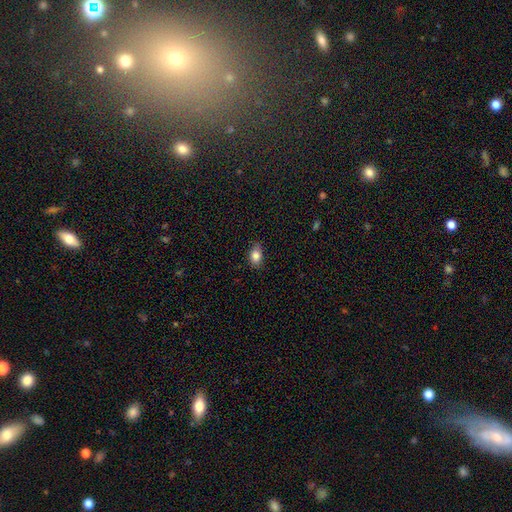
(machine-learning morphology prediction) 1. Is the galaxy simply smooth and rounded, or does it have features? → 84% smooth, 9% star or artifact, 7% featured or disk.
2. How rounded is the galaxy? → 81% in between, 16% round, 2% cigar-shaped.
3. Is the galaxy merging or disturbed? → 79% none, 18% minor disturbance, 3% major disturbance, 1% merger.